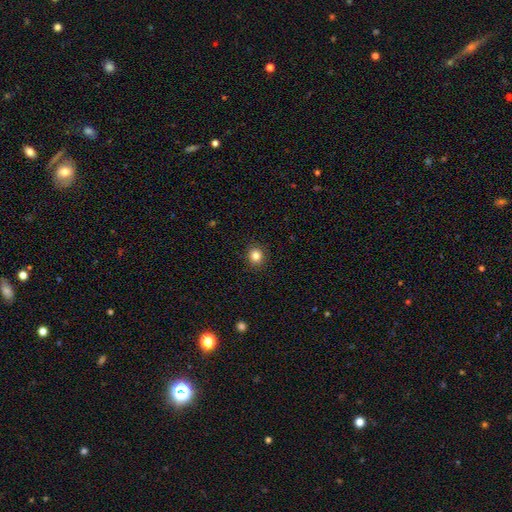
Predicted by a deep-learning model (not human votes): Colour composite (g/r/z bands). It shows a smooth galaxy with no disk features (83%) that is round (83%). Merging: none (91%).